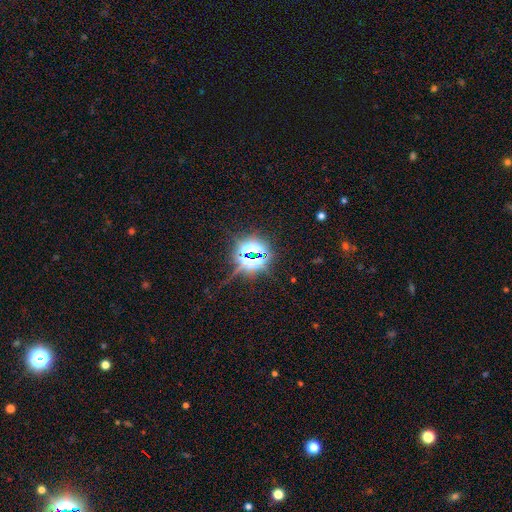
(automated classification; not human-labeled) Overall: star or artifact (75%).